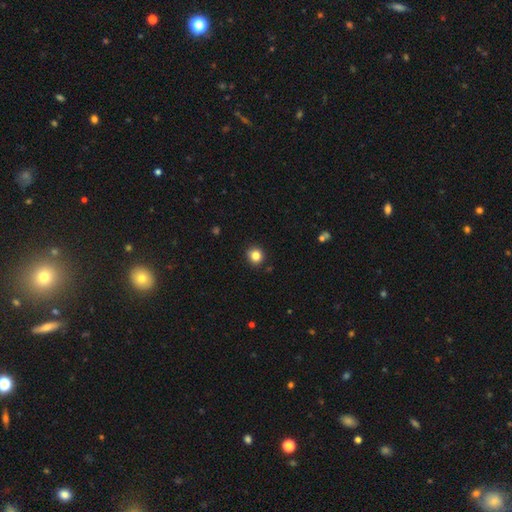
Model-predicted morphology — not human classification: Q: Smooth or featured?
A: smooth (84%); runner-up: star or artifact (11%)
Q: How rounded?
A: round (90%); runner-up: in between (9%)
Q: Merging?
A: none (91%); runner-up: minor disturbance (7%)